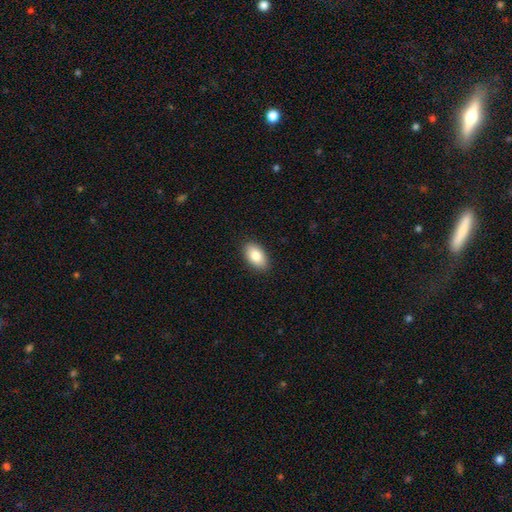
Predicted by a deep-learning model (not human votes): Smooth or featured?
  - smooth: 84% *
  - featured or disk: 9%
  - star or artifact: 7%
How rounded?
  - in between: 93% *
  - round: 5%
  - cigar-shaped: 2%
Merging?
  - none: 89% *
  - minor disturbance: 8%
  - major disturbance: 2%
  - merger: 1%